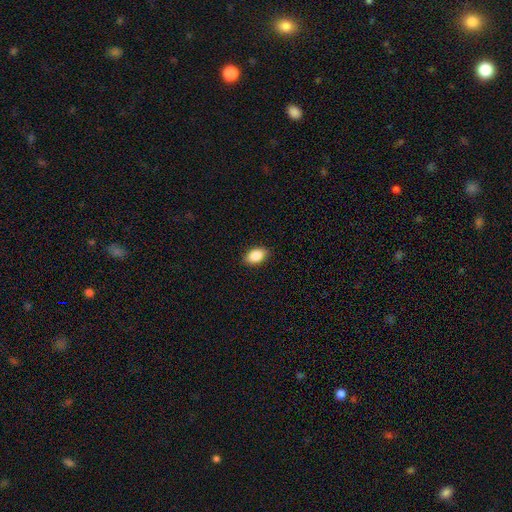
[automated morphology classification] This appears to be a smooth galaxy with no disk features (88%) that is in between round and cigar-shaped (90%). Merging: none (88%).